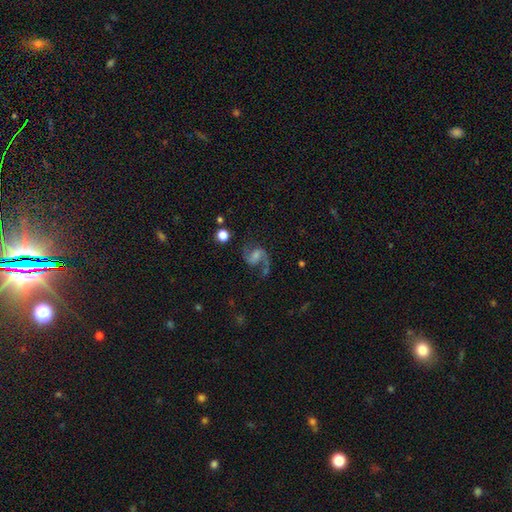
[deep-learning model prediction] Smooth or featured: featured or disk — 86% (smooth — 7%)
Edge-on disk: no — 98% (yes — 2%)
Bar: weak — 46% (no — 39%)
Spiral arms: yes — 97% (no — 3%)
Spiral winding: medium — 47% (loose — 45%)
Spiral arm count: 2 — 92% (1 — 4%)
Bulge size: small — 37% (moderate — 34%)
Merging: none — 69% (minor disturbance — 15%)